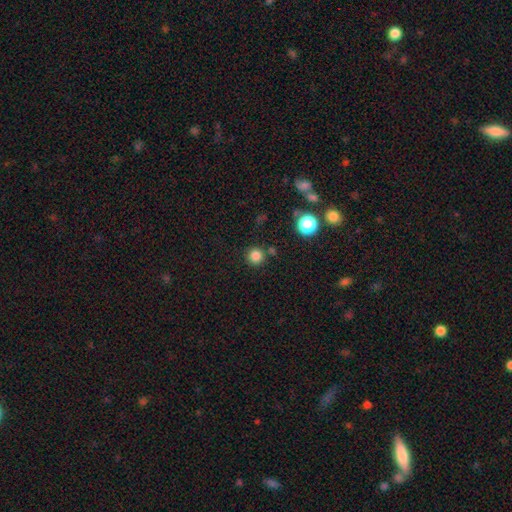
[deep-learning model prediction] The model was most divided on "smooth or featured": smooth: 82%, star or artifact: 14%, featured or disk: 4%. More confident: how rounded — round (95%); merging — none (85%).